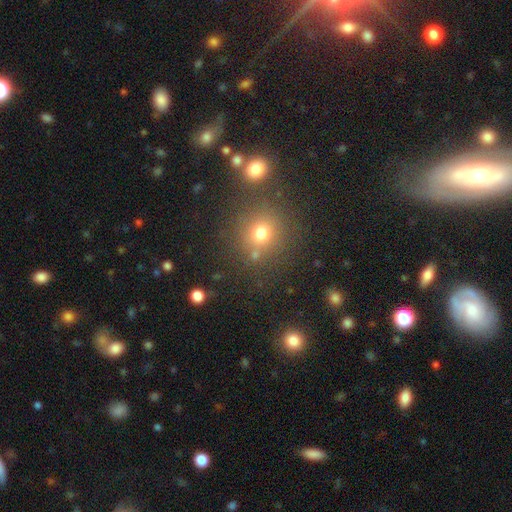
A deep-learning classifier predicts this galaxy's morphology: This appears to be a smooth galaxy with no disk features (63%) that is round (90%). Merging: none (77%).